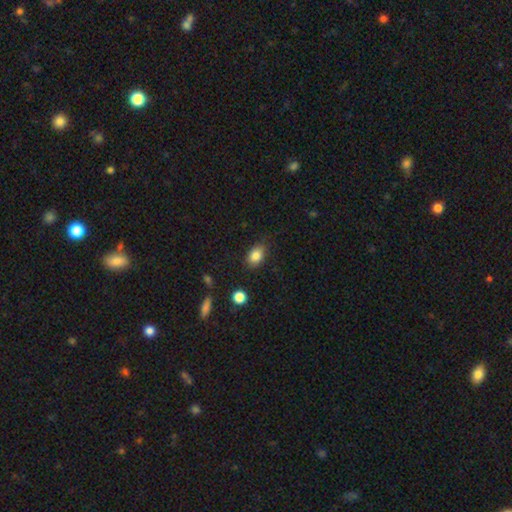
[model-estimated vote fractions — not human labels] Smooth or featured? Predicted: smooth (p=0.84). How rounded? Predicted: in between (p=0.79). Merging? Predicted: none (p=0.81).